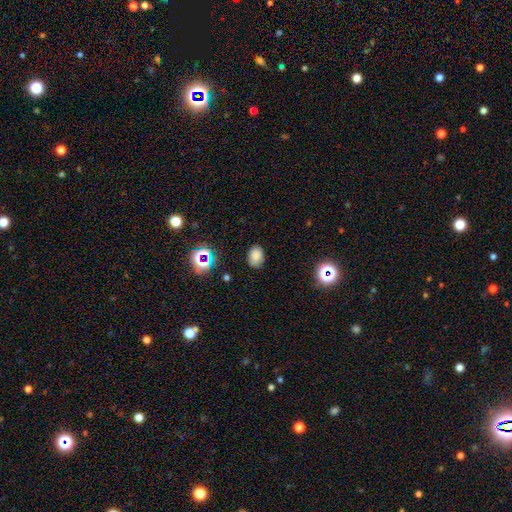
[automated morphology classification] Smooth or featured: smooth — 76% (star or artifact — 17%)
How rounded: in between — 74% (round — 25%)
Merging: none — 79% (minor disturbance — 16%)